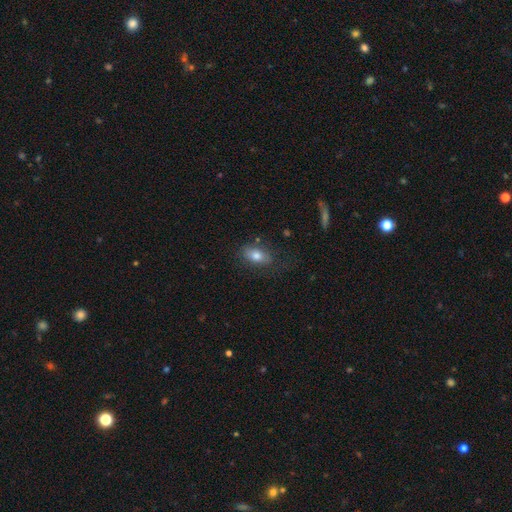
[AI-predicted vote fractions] A smooth galaxy with no disk features (78%) that is in between round and cigar-shaped (87%).

Vote fractions:
- Smooth or featured? smooth: 78% / featured or disk: 14% / star or artifact: 8%
- How rounded? in between: 87% / round: 9% / cigar-shaped: 4%
- Merging? none: 73% / minor disturbance: 18% / major disturbance: 7% / merger: 2%